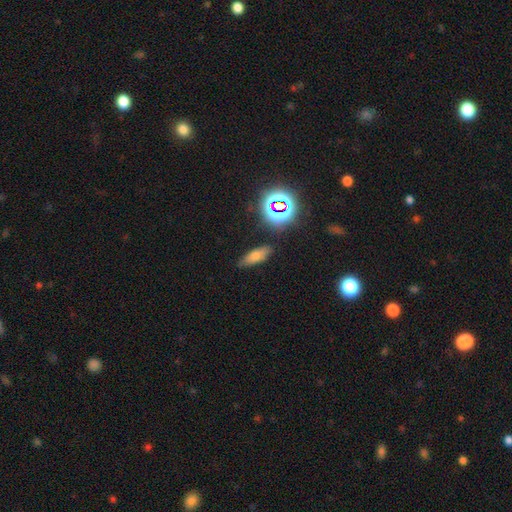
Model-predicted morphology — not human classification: Smooth or featured: smooth — 61% (star or artifact — 20%)
How rounded: in between — 64% (cigar-shaped — 30%)
Merging: none — 83% (minor disturbance — 12%)